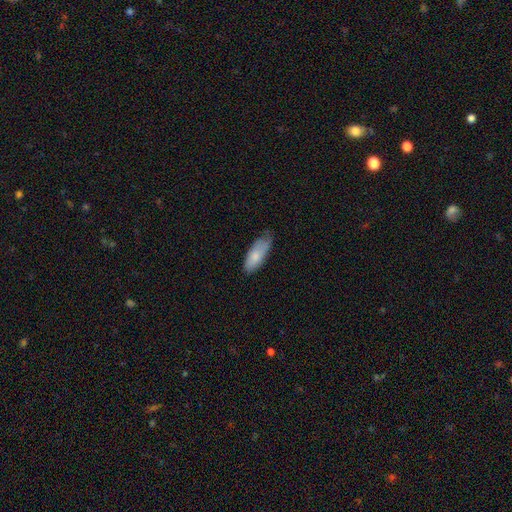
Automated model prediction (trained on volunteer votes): A smooth galaxy with no disk features (77%) that is in between round and cigar-shaped (78%).

Vote fractions:
- Smooth or featured? smooth: 77% / featured or disk: 18% / star or artifact: 6%
- How rounded? in between: 78% / cigar-shaped: 20% / round: 2%
- Merging? none: 57% / minor disturbance: 36% / major disturbance: 6% / merger: 1%